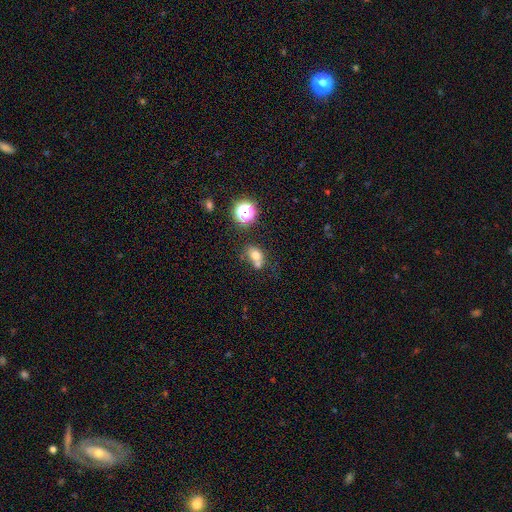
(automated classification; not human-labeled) Smooth or featured: smooth — 69% (star or artifact — 16%)
How rounded: in between — 55% (round — 44%)
Merging: merger — 40% (tied with none — 40%)